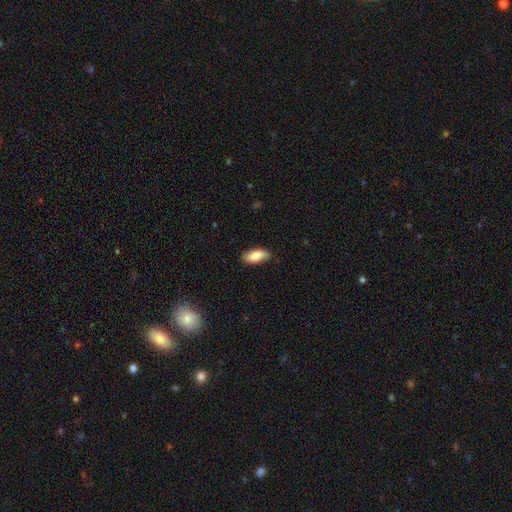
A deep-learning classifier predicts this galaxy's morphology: A smooth galaxy with no disk features (85%) that is in between round and cigar-shaped (89%). Merging: none (83%).